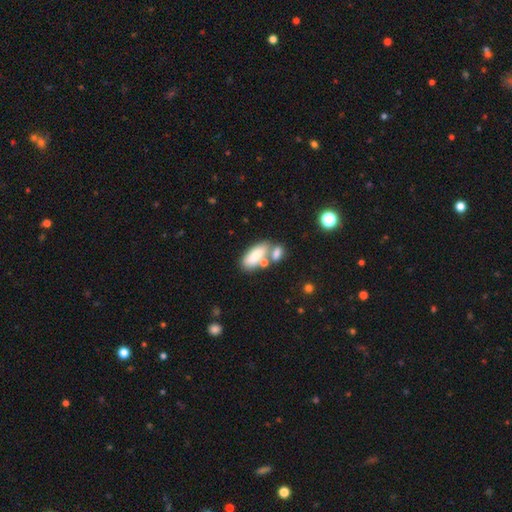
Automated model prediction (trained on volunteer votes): A smooth galaxy with no disk features (78%) that is in between round and cigar-shaped (78%).

Vote fractions:
- Smooth or featured? smooth: 78% / featured or disk: 14% / star or artifact: 7%
- How rounded? in between: 78% / cigar-shaped: 19% / round: 3%
- Merging? none: 42% / merger: 40% / minor disturbance: 12% / major disturbance: 6%